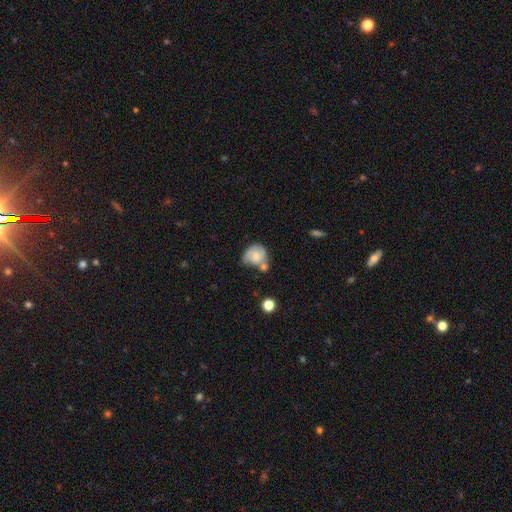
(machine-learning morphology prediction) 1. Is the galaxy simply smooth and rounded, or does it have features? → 52% smooth, 40% featured or disk, 8% star or artifact.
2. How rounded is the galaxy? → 63% round, 36% in between, 1% cigar-shaped.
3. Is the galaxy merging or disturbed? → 32% none, 30% merger, 26% minor disturbance, 12% major disturbance.